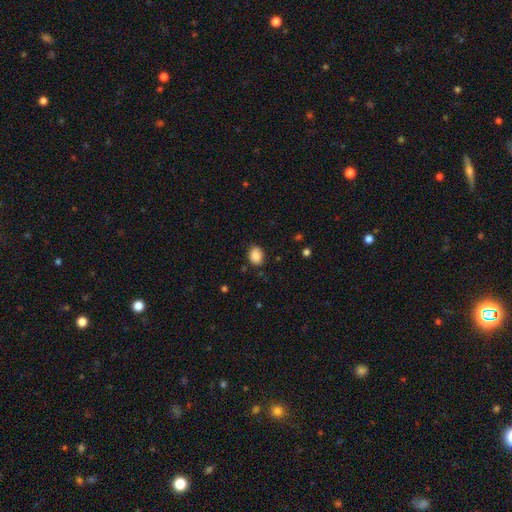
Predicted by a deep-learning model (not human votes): Morphology: type=smooth (88%); roundness=in between (62%); merging=none (84%).